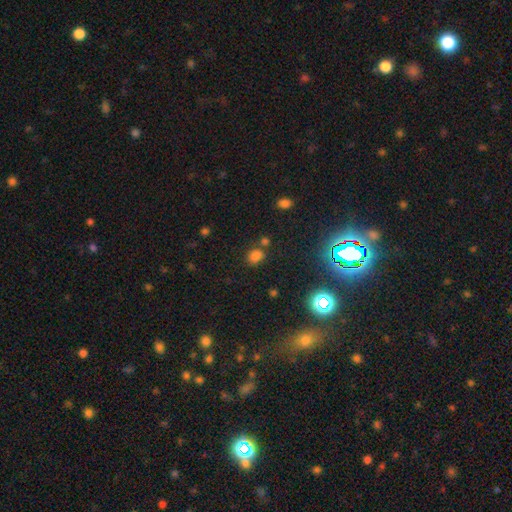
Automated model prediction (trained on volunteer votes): Morphology: type=smooth (71%); roundness=in between (53%); merging=none (66%).